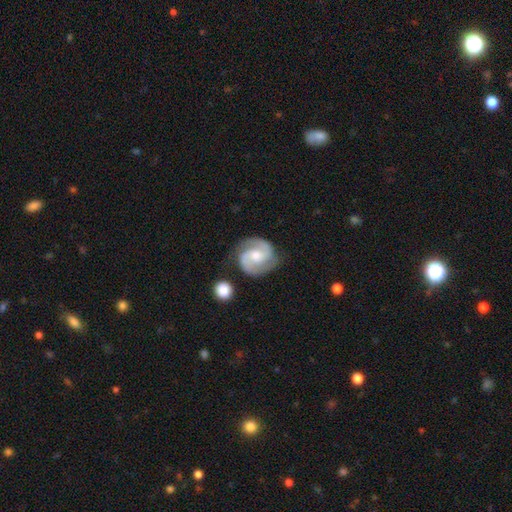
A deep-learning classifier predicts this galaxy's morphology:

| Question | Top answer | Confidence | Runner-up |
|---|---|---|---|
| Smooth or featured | featured or disk | 84% | smooth (11%) |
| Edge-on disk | no | 98% | yes (2%) |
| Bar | no | 46% | weak (43%) |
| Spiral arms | yes | 97% | no (3%) |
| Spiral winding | medium | 55% | tight (32%) |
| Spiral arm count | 2 | 90% | can't tell (3%) |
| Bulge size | moderate | 59% | small (30%) |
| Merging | none | 77% | minor disturbance (15%) |